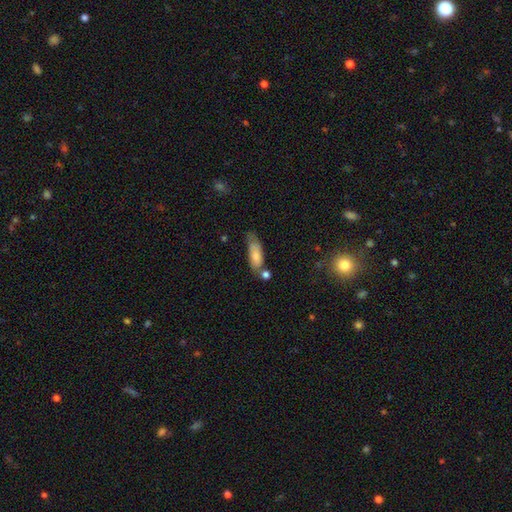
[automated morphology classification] Smooth or featured? smooth (76%)
How rounded? in between (64%)
Merging? none (43%)